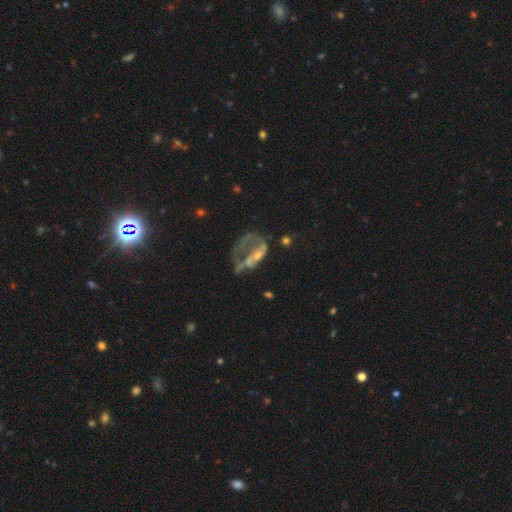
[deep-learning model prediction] This is likely a featured or disk galaxy (61%). It is clearly not viewed edge-on (95%). Bar: likely no (76%). Spiral arm pattern: likely no (74%). Central bulge: marginally none (36%). Merging: possibly major disturbance (53%).